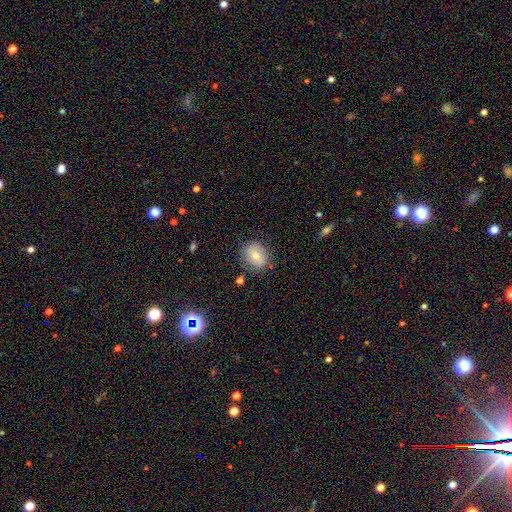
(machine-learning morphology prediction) A smooth galaxy with no disk features (69%) that is round (54%).

Vote fractions:
- Smooth or featured? smooth: 69% / featured or disk: 21% / star or artifact: 9%
- How rounded? round: 54% / in between: 45% / cigar-shaped: 1%
- Merging? none: 81% / minor disturbance: 14% / major disturbance: 4% / merger: 2%